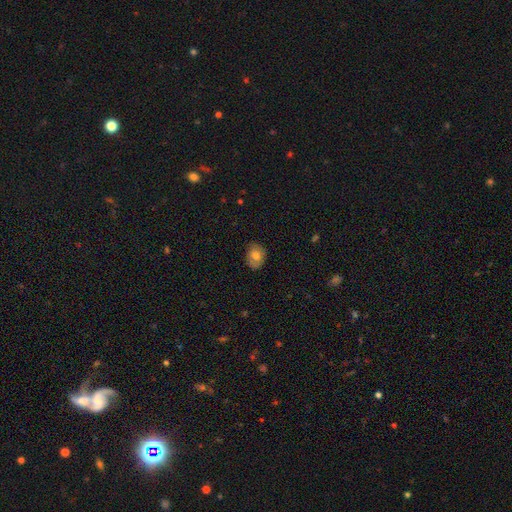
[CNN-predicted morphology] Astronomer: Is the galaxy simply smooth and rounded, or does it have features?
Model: smooth — 69%.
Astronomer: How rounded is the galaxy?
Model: in between — 58% (runner-up: round, 41%).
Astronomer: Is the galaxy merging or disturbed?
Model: none — 79%.